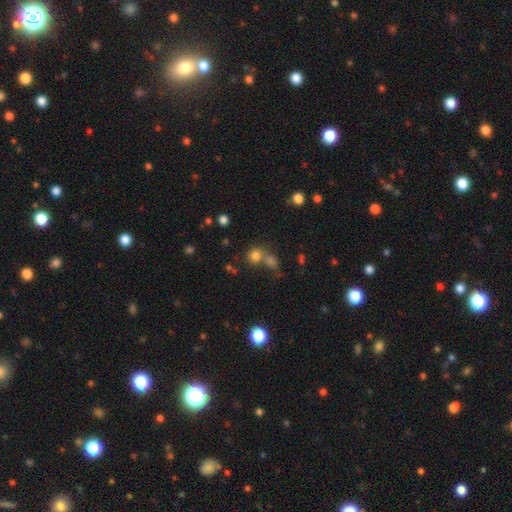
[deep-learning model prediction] Smooth or featured? Predicted: smooth (p=0.76). How rounded? Predicted: round (p=0.83). Merging? Predicted: none (p=0.52).